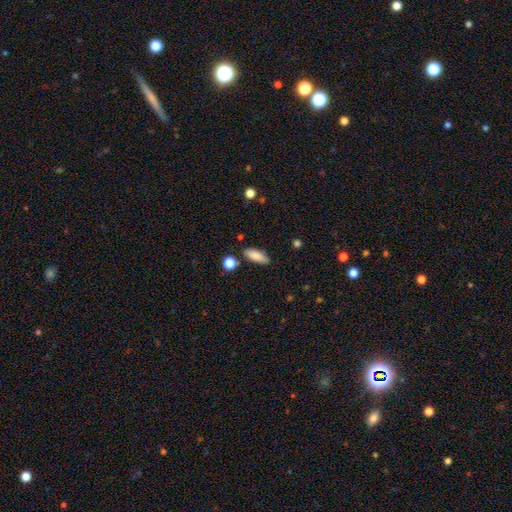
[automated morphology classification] The model was most divided on "how rounded": in between: 68%, cigar-shaped: 29%, round: 3%. More confident: smooth or featured — smooth (84%); merging — none (80%).